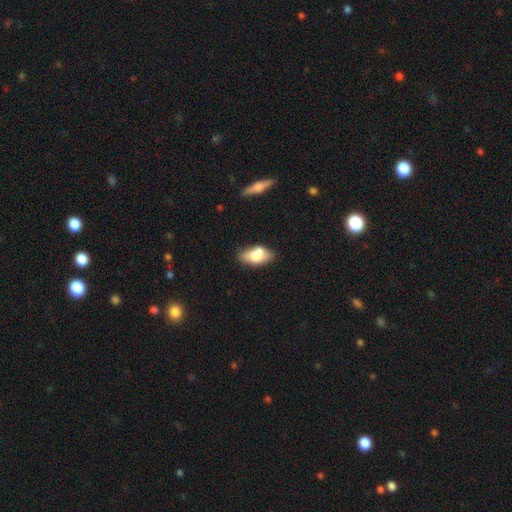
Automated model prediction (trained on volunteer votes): smooth-or-featured: smooth: 70% | featured or disk: 23% | star or artifact: 7%
  how-rounded: in between: 90% | cigar-shaped: 5% | round: 5%
  merging: none: 54% | minor disturbance: 21% | merger: 19% | major disturbance: 6%